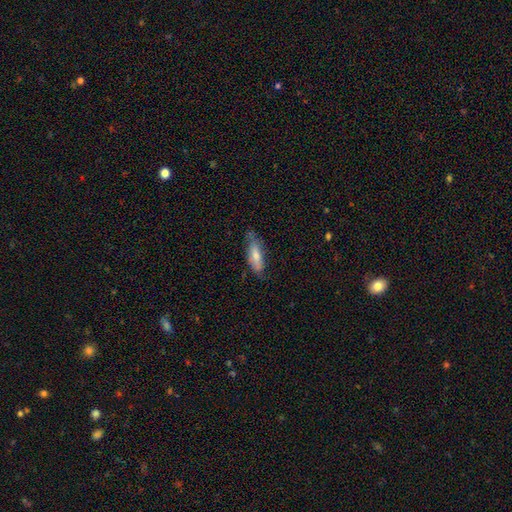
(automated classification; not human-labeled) Q: Smooth or featured?
A: smooth (69%); runner-up: featured or disk (25%)
Q: How rounded?
A: in between (53%); runner-up: cigar-shaped (45%)
Q: Merging?
A: none (62%); runner-up: minor disturbance (29%)